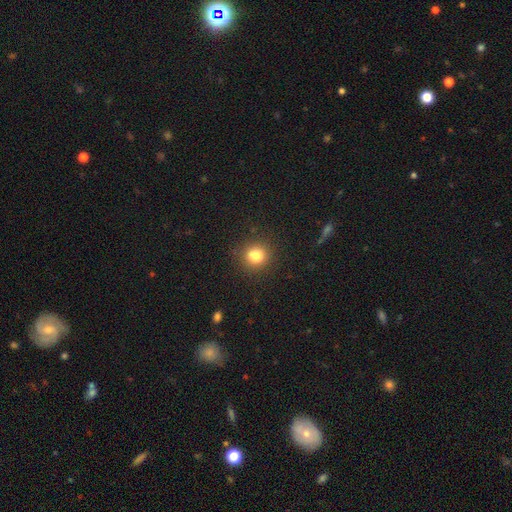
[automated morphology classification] type=smooth (82%); roundness=round (90%); merging=none (89%).